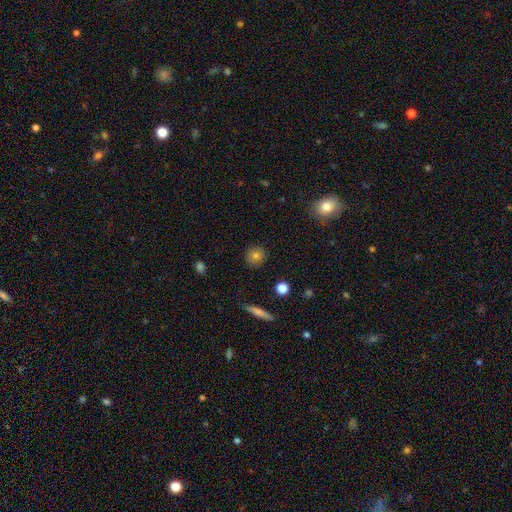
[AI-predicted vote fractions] Smooth or featured? Predicted: smooth (p=0.78). How rounded? Predicted: round (p=0.87). Merging? Predicted: none (p=0.88).